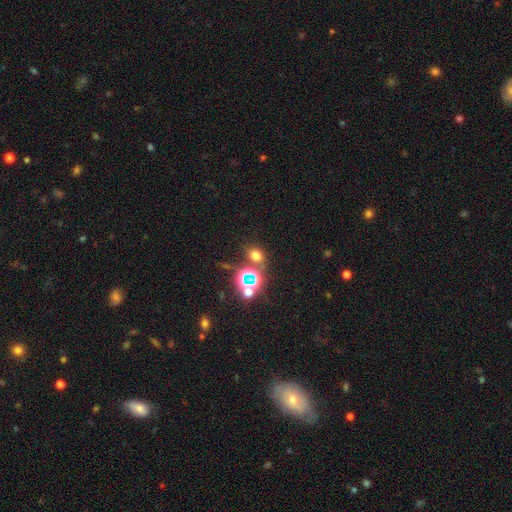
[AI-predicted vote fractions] smooth 58%, star or artifact 34%, featured or disk 8%. Down the decision tree: how rounded — round (56%); merging — none (71%).